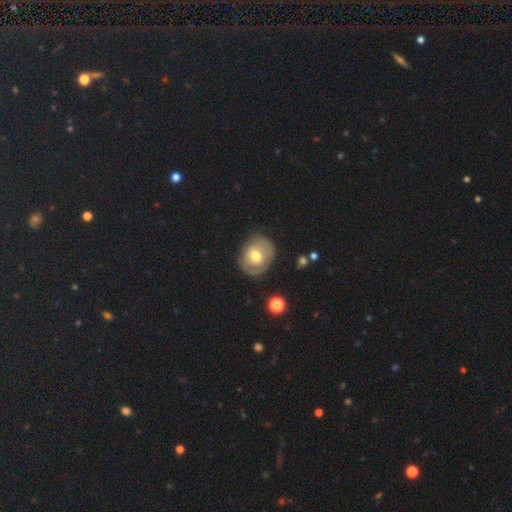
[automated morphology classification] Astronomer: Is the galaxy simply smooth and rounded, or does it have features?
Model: featured or disk — 48% (runner-up: smooth, 46%).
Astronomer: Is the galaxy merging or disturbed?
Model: none — 69%.